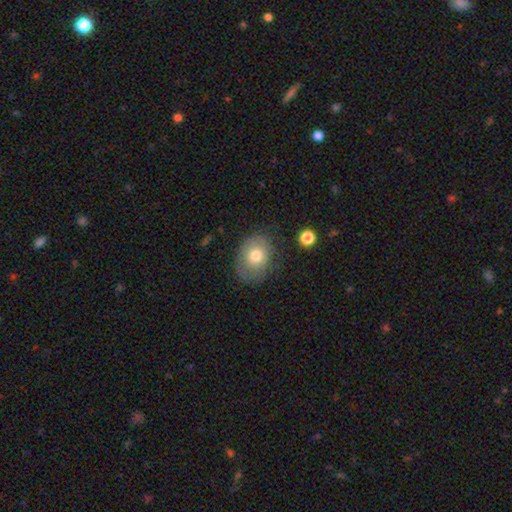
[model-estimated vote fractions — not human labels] smooth_or_featured: smooth (p=0.70) [alt: featured or disk p=0.22]
how_rounded: in between (p=0.55) [alt: round p=0.44]
merging: none (p=0.66) [alt: minor disturbance p=0.23]